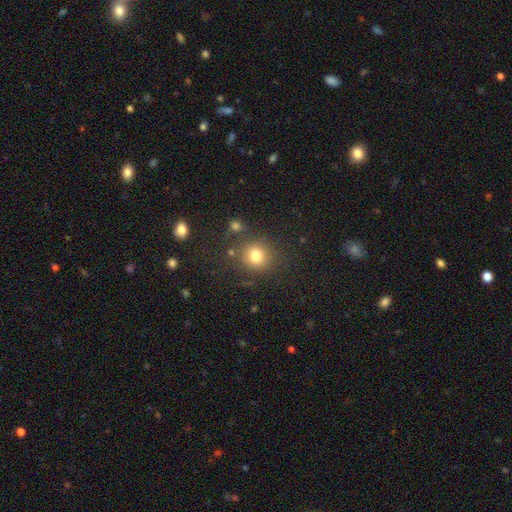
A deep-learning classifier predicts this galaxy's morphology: The model was most divided on "smooth or featured": smooth: 79%, star or artifact: 14%, featured or disk: 7%. More confident: how rounded — round (89%); merging — none (79%).